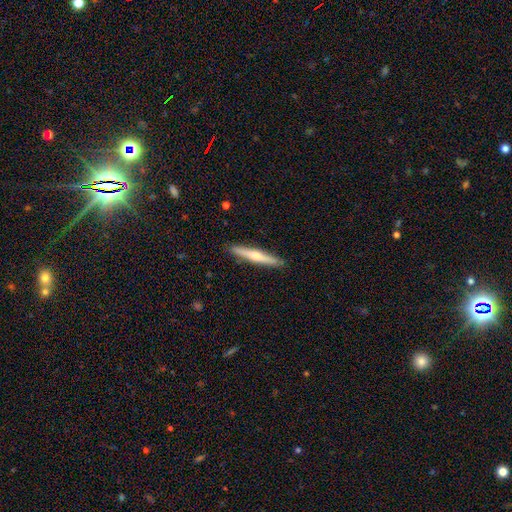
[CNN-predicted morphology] A featured or disk galaxy (50%) viewed edge-on (97%). Merging: none (91%).